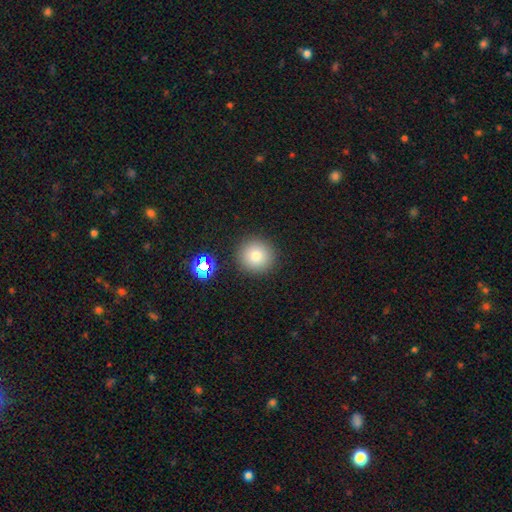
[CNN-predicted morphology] The model was most divided on "smooth or featured": smooth: 80%, star or artifact: 12%, featured or disk: 7%. More confident: how rounded — round (94%); merging — none (89%).